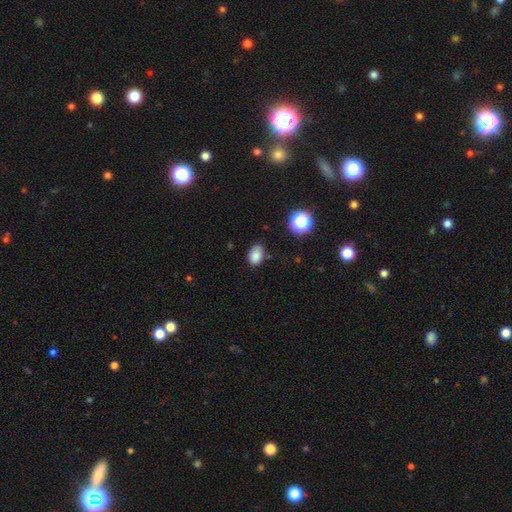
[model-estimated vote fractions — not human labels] Q: Smooth or featured?
A: smooth (84%); runner-up: star or artifact (12%)
Q: How rounded?
A: in between (81%); runner-up: round (18%)
Q: Merging?
A: none (76%); runner-up: minor disturbance (19%)